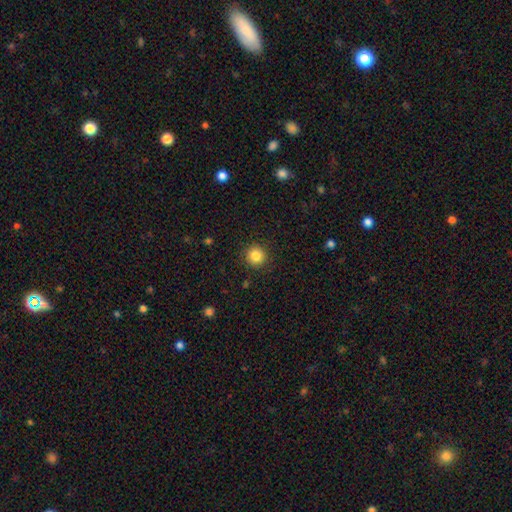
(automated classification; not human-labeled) Smooth or featured?
  - smooth: 84% *
  - star or artifact: 11%
  - featured or disk: 5%
How rounded?
  - round: 94% *
  - in between: 5%
  - cigar-shaped: 1%
Merging?
  - none: 91% *
  - minor disturbance: 6%
  - major disturbance: 2%
  - merger: 1%